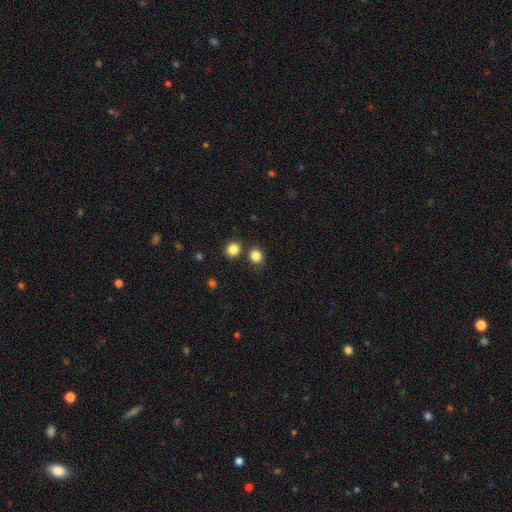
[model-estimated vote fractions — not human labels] Overall: smooth (84%). How rounded: round (79%). Merging: none (75%).